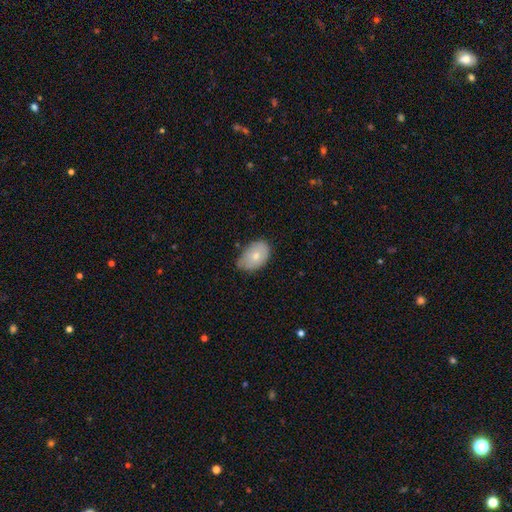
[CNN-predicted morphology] Smooth or featured? smooth (73%)
How rounded? in between (87%)
Merging? none (59%)